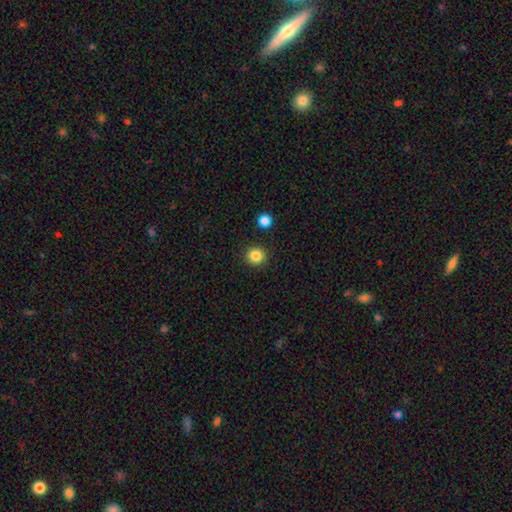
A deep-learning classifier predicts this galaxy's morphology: Smooth or featured? Predicted: smooth (p=0.85). How rounded? Predicted: round (p=0.93). Merging? Predicted: none (p=0.91).